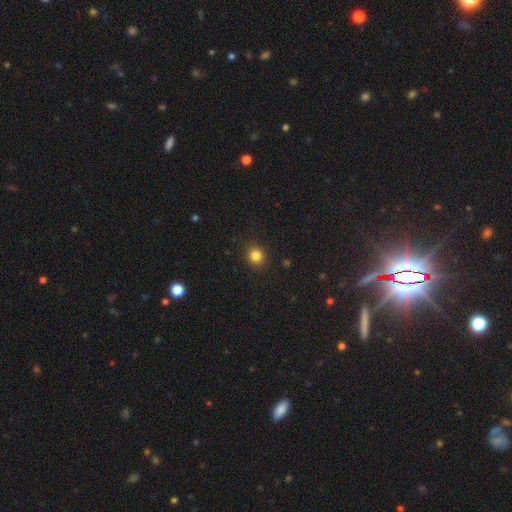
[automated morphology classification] Overall: smooth (83%). How rounded: round (87%). Merging: none (90%).